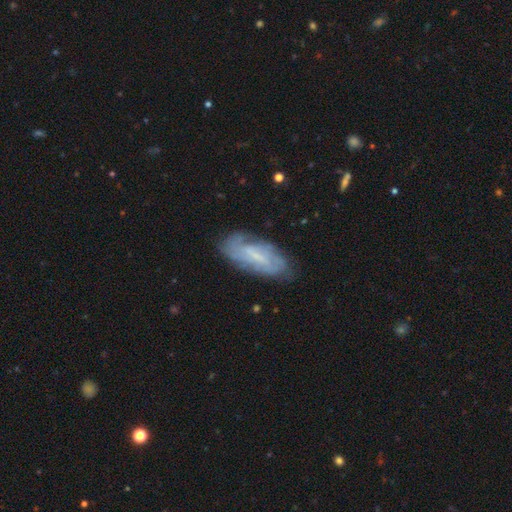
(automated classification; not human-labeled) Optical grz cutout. It shows a featured or disk galaxy (60%) with a weak bar (46%), spiral arms (76%) and a small central bulge (52%). Merging: none (73%).